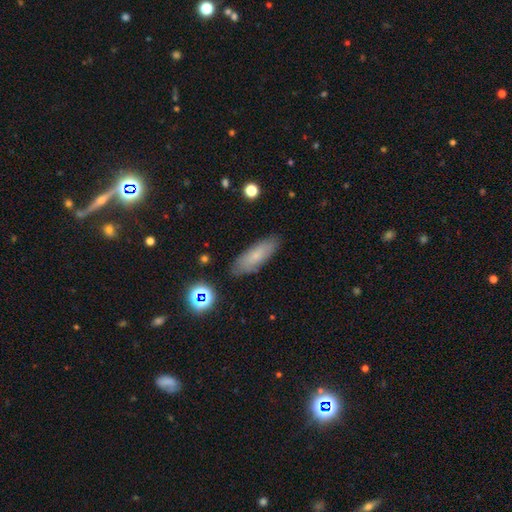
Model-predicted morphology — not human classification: Smooth or featured? smooth (71%)
How rounded? in between (56%)
Merging? none (84%)